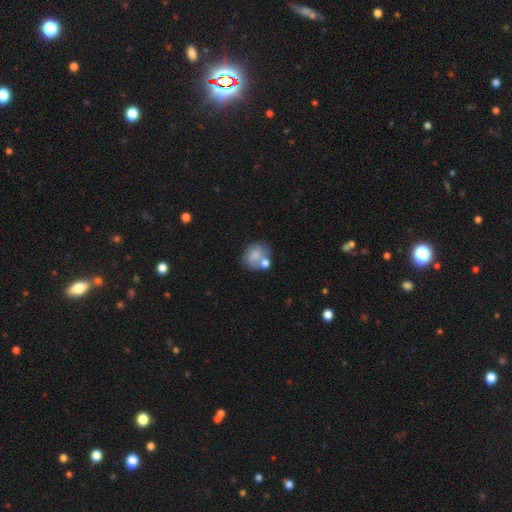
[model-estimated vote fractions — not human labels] This appears to be a smooth galaxy with no disk features (70%) that is round (52%). Merging: none (42%).